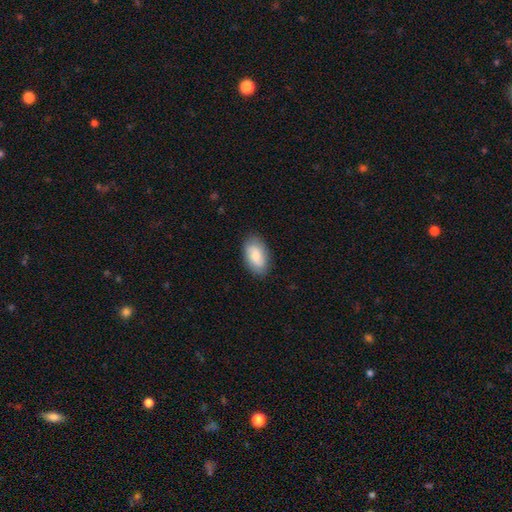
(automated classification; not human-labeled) smooth_or_featured: smooth (p=0.67) [alt: featured or disk p=0.27]
how_rounded: in between (p=0.93) [alt: round p=0.05]
merging: none (p=0.85) [alt: minor disturbance p=0.12]